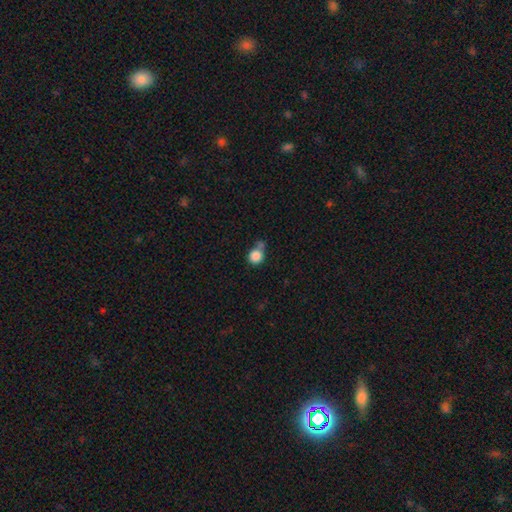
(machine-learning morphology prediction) Overall: smooth (85%). How rounded: round (85%). Merging: none (46%; merger 26%).